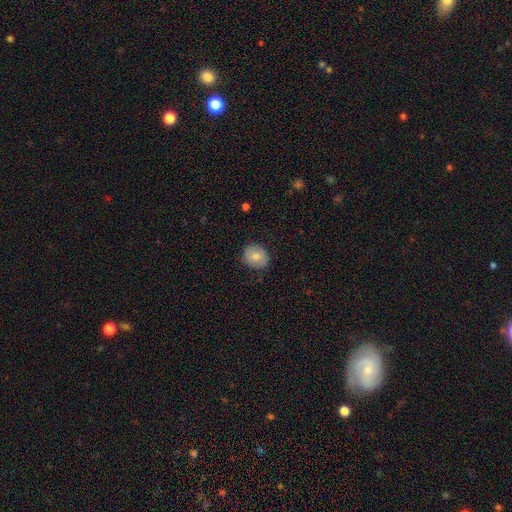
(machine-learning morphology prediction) smooth-or-featured: smooth: 77% | featured or disk: 16% | star or artifact: 8%
  how-rounded: round: 72% | in between: 27% | cigar-shaped: 1%
  merging: none: 83% | minor disturbance: 14% | major disturbance: 3% | merger: 1%